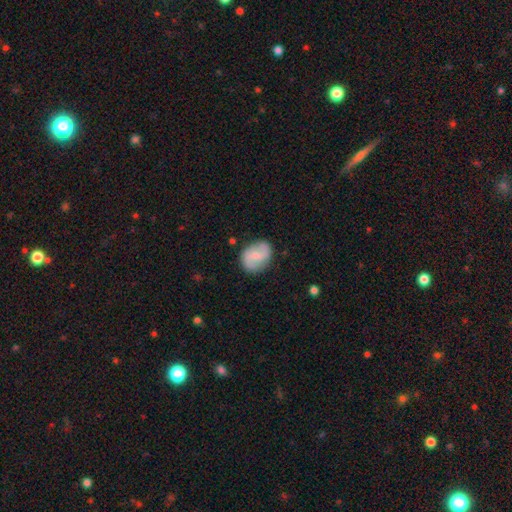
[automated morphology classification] This appears to be a featured or disk galaxy (56%) with a weak bar (46%), spiral arms (89%) and a small central bulge (52%). Merging: none (78%).